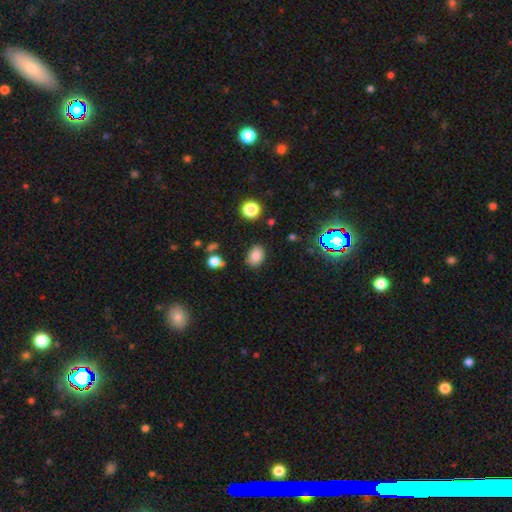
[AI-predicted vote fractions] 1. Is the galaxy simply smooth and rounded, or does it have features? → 83% smooth, 13% star or artifact, 5% featured or disk.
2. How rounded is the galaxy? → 70% in between, 29% round, 1% cigar-shaped.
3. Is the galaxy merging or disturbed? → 81% none, 13% minor disturbance, 4% major disturbance, 2% merger.